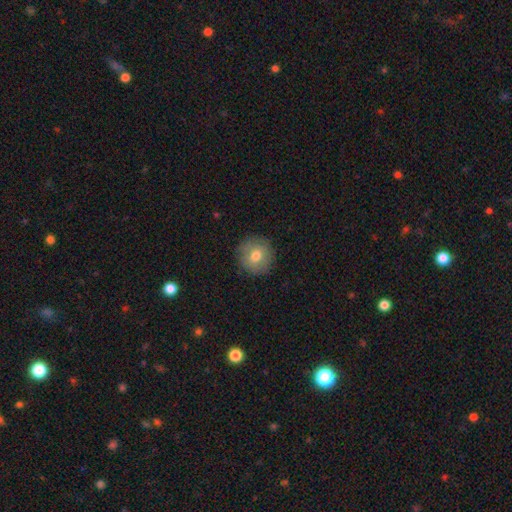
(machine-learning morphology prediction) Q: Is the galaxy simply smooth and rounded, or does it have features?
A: smooth — 74%.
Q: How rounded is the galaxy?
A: round — 93%.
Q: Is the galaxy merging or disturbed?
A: none — 88%.